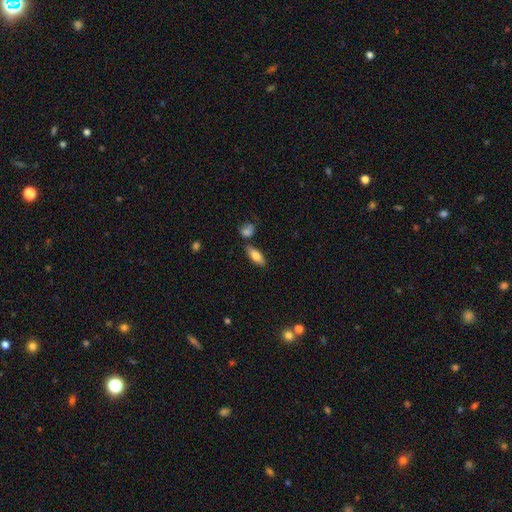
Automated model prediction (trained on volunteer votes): Smooth or featured? Predicted: smooth (p=0.77). How rounded? Predicted: in between (p=0.77). Merging? Predicted: none (p=0.78).